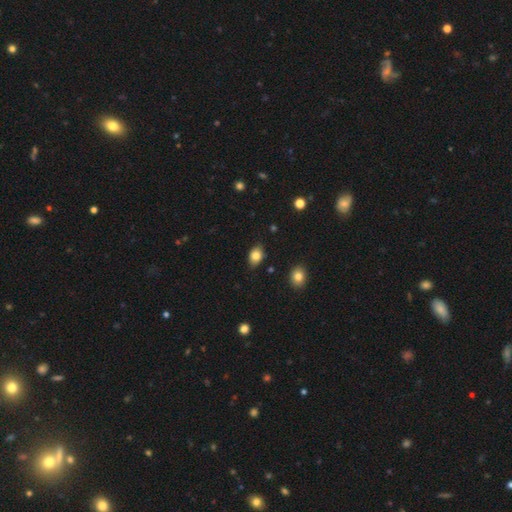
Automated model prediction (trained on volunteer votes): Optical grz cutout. It shows a smooth galaxy with no disk features (83%) that is in between round and cigar-shaped (79%). Merging: none (85%).